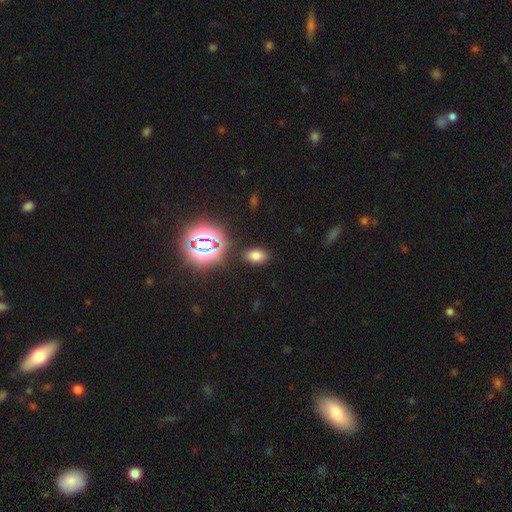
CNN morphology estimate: type=smooth (70%); roundness=in between (85%); merging=none (87%).